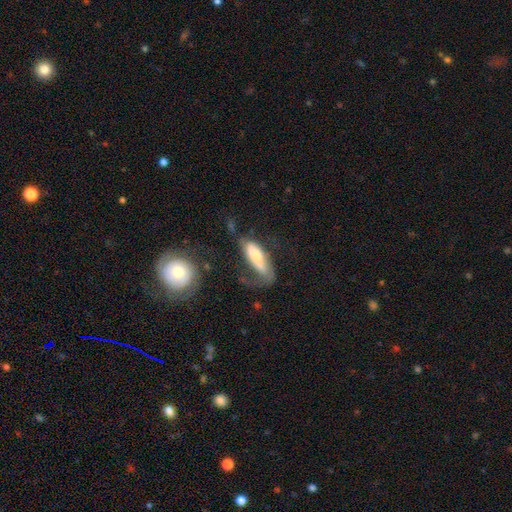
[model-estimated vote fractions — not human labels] Overall: smooth (58%; featured or disk 35%). How rounded: in between (58%; cigar-shaped 40%). Merging: major disturbance (43%; none 27%).